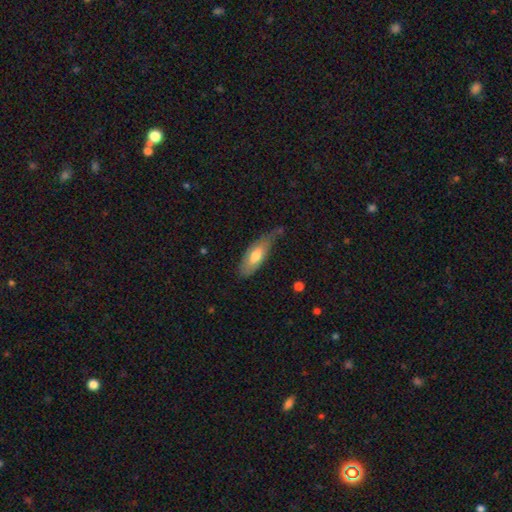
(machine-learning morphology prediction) The model was most divided on "merging": none: 41%, minor disturbance: 40%, major disturbance: 15%, merger: 4%. More confident: how rounded — in between (73%); smooth or featured — smooth (69%).